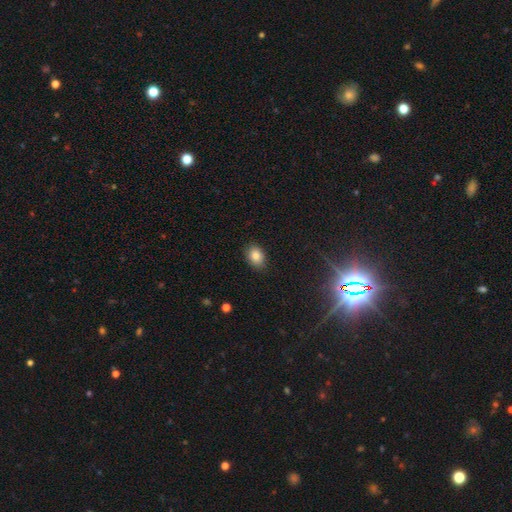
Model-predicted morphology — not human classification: Smooth or featured? Predicted: smooth (p=0.84). How rounded? Predicted: in between (p=0.67). Merging? Predicted: none (p=0.85).